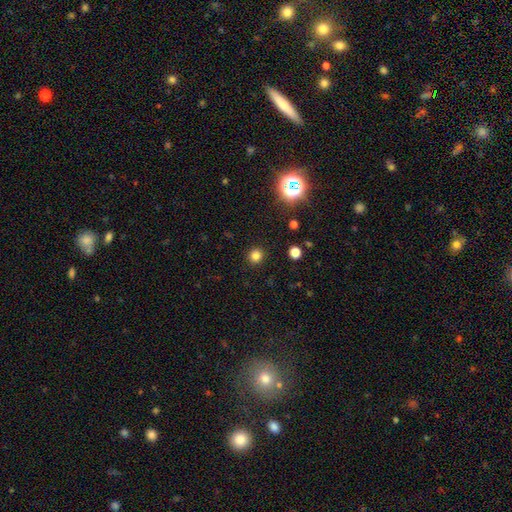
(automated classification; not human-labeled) A smooth galaxy with no disk features (79%) that is round (91%).

Vote fractions:
- Smooth or featured? smooth: 79% / star or artifact: 16% / featured or disk: 5%
- How rounded? round: 91% / in between: 8% / cigar-shaped: 1%
- Merging? none: 91% / minor disturbance: 5% / major disturbance: 2% / merger: 1%